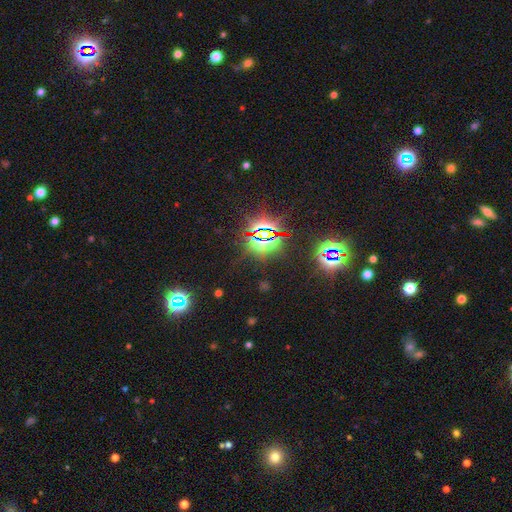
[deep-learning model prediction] Smooth or featured?
  - star or artifact: 83% *
  - smooth: 11%
  - featured or disk: 7%